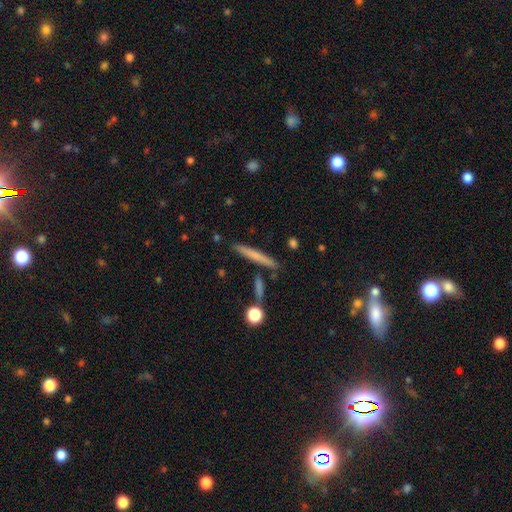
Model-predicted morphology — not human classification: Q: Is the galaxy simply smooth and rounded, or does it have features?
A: smooth — 58%.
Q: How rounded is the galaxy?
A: cigar-shaped — 94%.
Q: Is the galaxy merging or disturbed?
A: none — 85%.